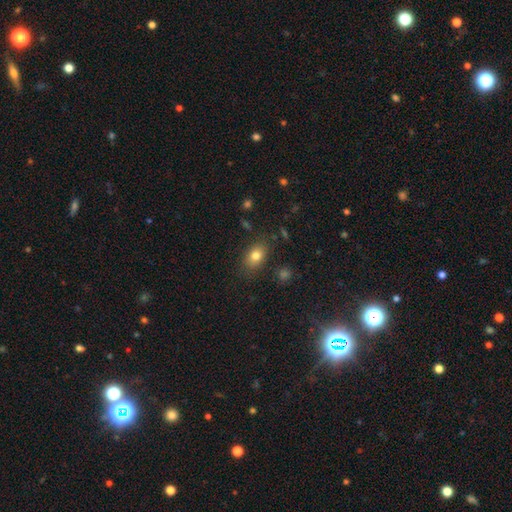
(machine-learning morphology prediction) smooth_or_featured: smooth (p=0.80) [alt: featured or disk p=0.10]
how_rounded: in between (p=0.80) [alt: round p=0.18]
merging: none (p=0.82) [alt: minor disturbance p=0.12]